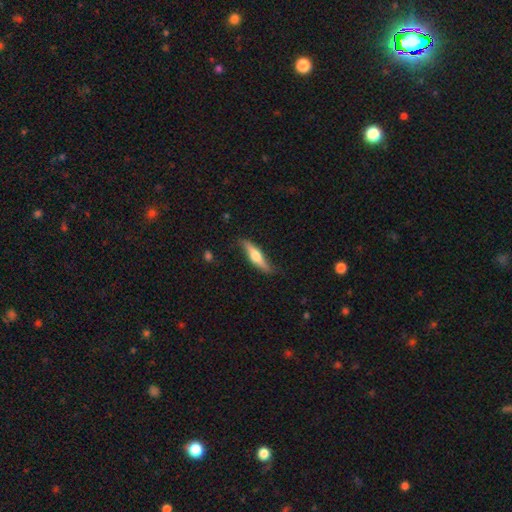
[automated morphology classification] A featured or disk galaxy (49%).

Vote fractions:
- Smooth or featured? featured or disk: 49% / smooth: 46% / star or artifact: 5%
- Merging? none: 74% / minor disturbance: 20% / major disturbance: 4% / merger: 2%